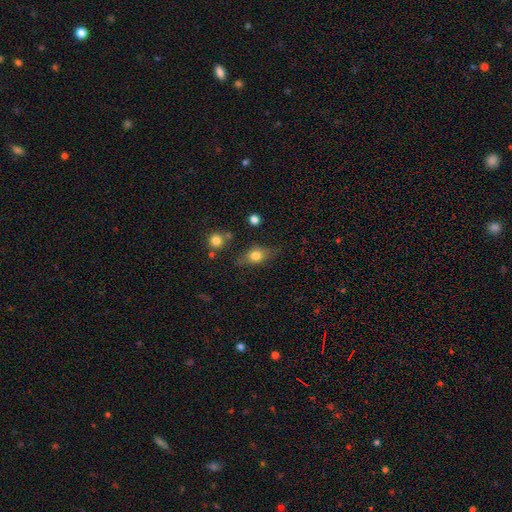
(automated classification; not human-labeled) smooth-or-featured: smooth: 69% | featured or disk: 22% | star or artifact: 10%
  how-rounded: in between: 66% | round: 25% | cigar-shaped: 9%
  merging: none: 67% | minor disturbance: 22% | major disturbance: 7% | merger: 4%